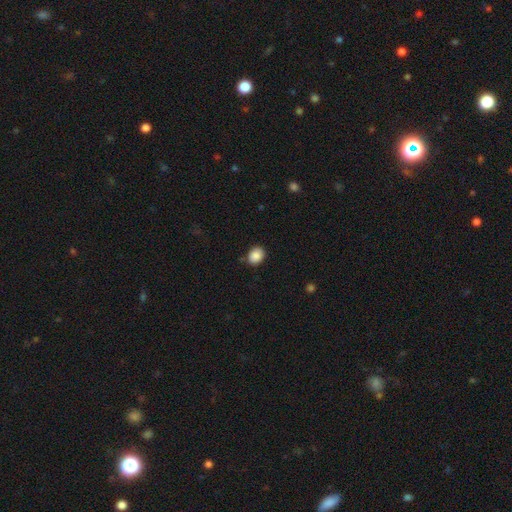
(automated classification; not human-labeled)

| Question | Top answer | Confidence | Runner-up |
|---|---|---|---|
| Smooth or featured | smooth | 88% | star or artifact (8%) |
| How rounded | in between | 51% | round (48%) |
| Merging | none | 83% | minor disturbance (12%) |